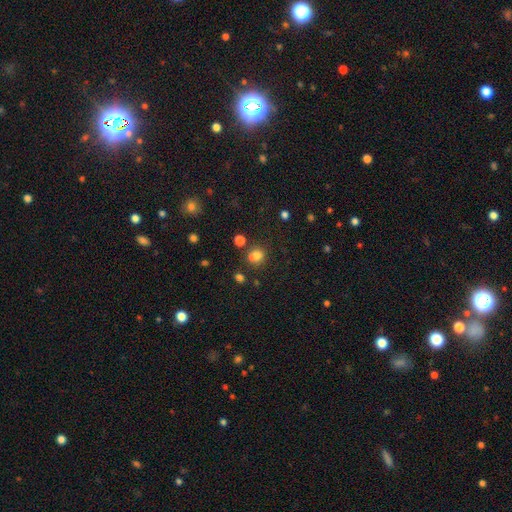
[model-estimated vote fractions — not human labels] smooth-or-featured: smooth: 72% | star or artifact: 18% | featured or disk: 10%
  how-rounded: round: 75% | in between: 24% | cigar-shaped: 1%
  merging: none: 54% | merger: 28% | minor disturbance: 12% | major disturbance: 5%